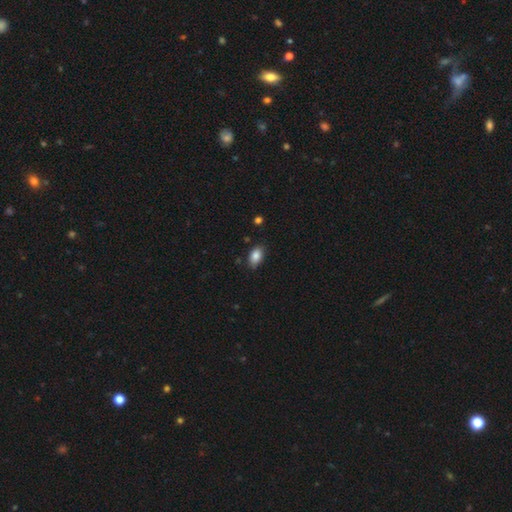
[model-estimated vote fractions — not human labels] smooth_or_featured: smooth (p=0.85) [alt: star or artifact p=0.08]
how_rounded: in between (p=0.89) [alt: round p=0.09]
merging: none (p=0.81) [alt: minor disturbance p=0.15]